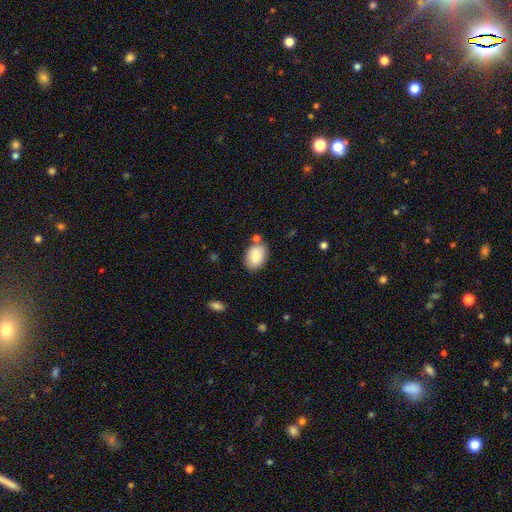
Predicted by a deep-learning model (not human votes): Morphology: type=smooth (85%); roundness=in between (84%); merging=none (72%).